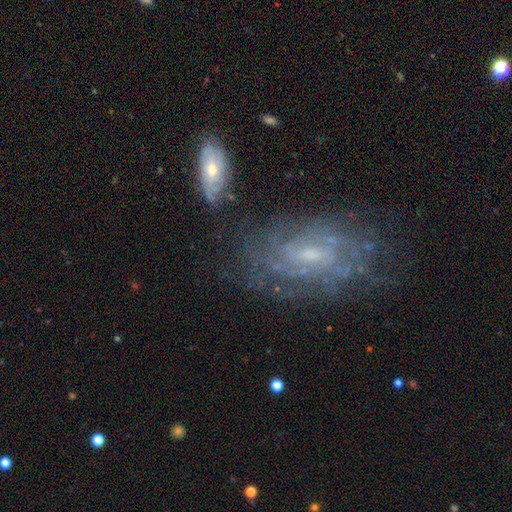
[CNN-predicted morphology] The model was most divided on "bar": weak: 50%, no: 36%, strong: 14%. More confident: edge-on disk — no (91%); spiral arms — yes (82%); smooth or featured — featured or disk (73%); merging — none (68%); bulge size — small (66%); spiral winding — tight (61%); spiral arm count — can't tell (59%).